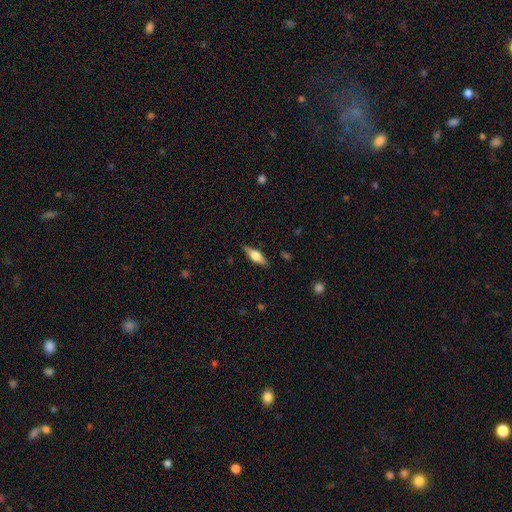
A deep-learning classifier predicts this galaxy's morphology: A smooth galaxy with no disk features (48%).

Vote fractions:
- Smooth or featured? smooth: 48% / featured or disk: 46% / star or artifact: 7%
- Merging? none: 85% / minor disturbance: 11% / major disturbance: 3% / merger: 1%